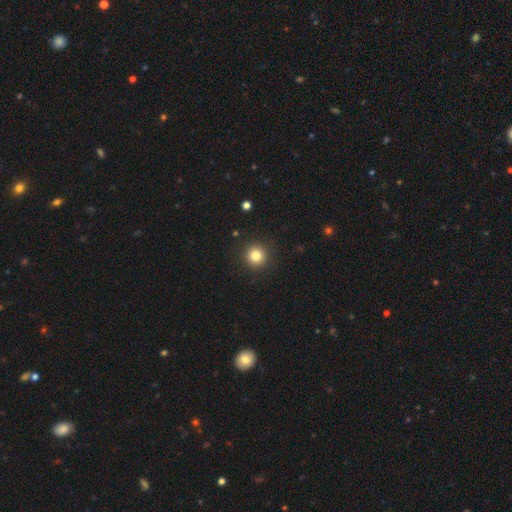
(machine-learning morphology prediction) Smooth or featured?
  - smooth: 82% *
  - star or artifact: 12%
  - featured or disk: 6%
How rounded?
  - round: 95% *
  - in between: 4%
  - cigar-shaped: 1%
Merging?
  - none: 92% *
  - minor disturbance: 5%
  - major disturbance: 2%
  - merger: 1%